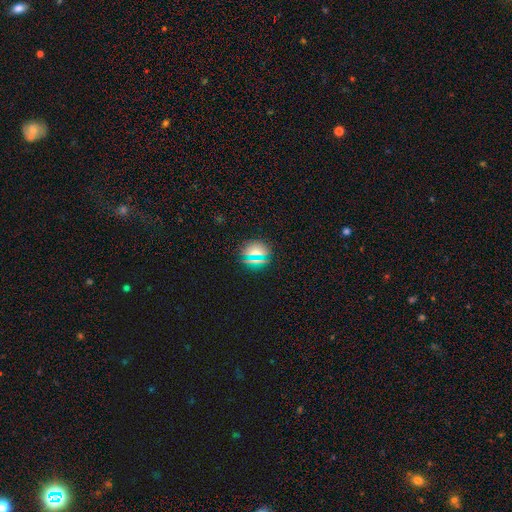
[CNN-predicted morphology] Overall: smooth (58%; star or artifact 29%). How rounded: round (68%). Merging: none (84%).